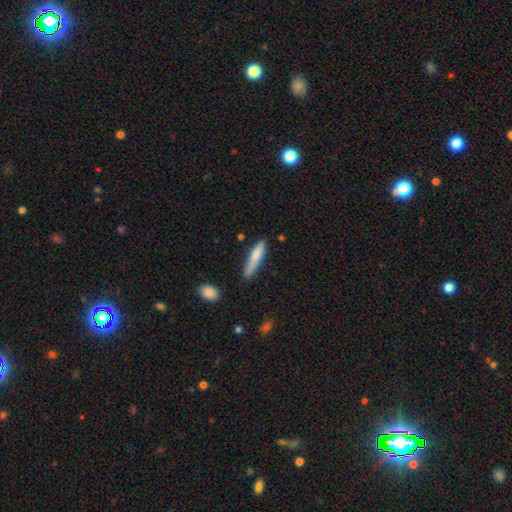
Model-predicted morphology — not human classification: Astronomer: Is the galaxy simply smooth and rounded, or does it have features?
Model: smooth — 76%.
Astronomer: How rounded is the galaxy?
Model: cigar-shaped — 83%.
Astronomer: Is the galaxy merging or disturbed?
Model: none — 67%.